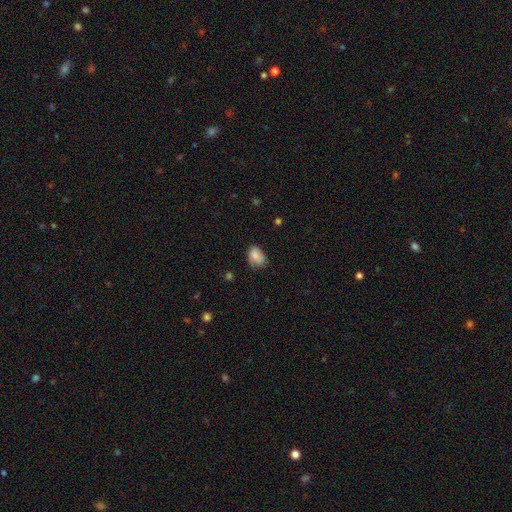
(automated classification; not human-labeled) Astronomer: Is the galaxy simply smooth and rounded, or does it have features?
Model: smooth — 82%.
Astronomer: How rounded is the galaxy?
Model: in between — 79%.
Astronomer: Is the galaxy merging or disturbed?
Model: none — 56% (runner-up: minor disturbance, 33%).